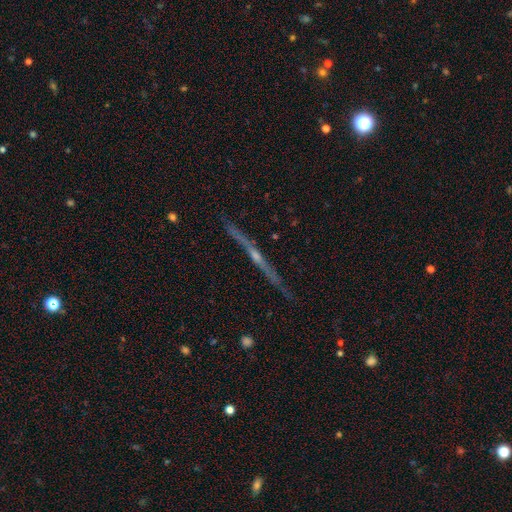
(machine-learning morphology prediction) Smooth or featured? featured or disk (83%)
Edge-on disk? yes (98%)
Edge-on bulge? rounded (73%)
Merging? none (89%)